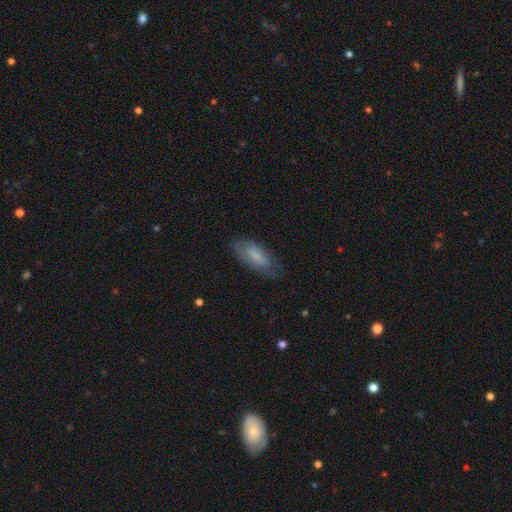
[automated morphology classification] Smooth or featured?
  - smooth: 67% *
  - featured or disk: 26%
  - star or artifact: 7%
How rounded?
  - in between: 80% *
  - cigar-shaped: 18%
  - round: 2%
Merging?
  - none: 73% *
  - minor disturbance: 20%
  - major disturbance: 6%
  - merger: 1%